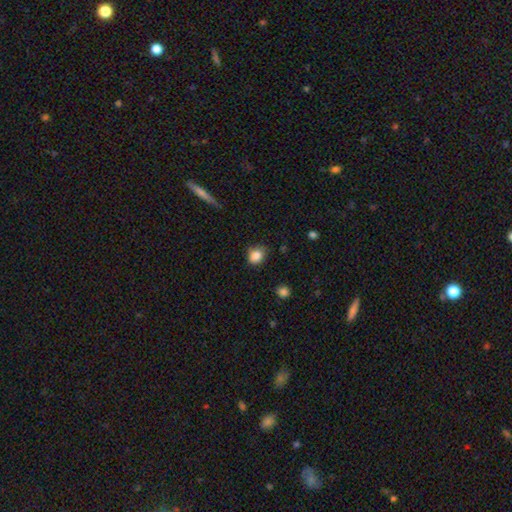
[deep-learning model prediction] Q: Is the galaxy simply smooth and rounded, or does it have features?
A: smooth — 85%.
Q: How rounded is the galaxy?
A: round — 61%.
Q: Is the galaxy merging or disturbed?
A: none — 71%.